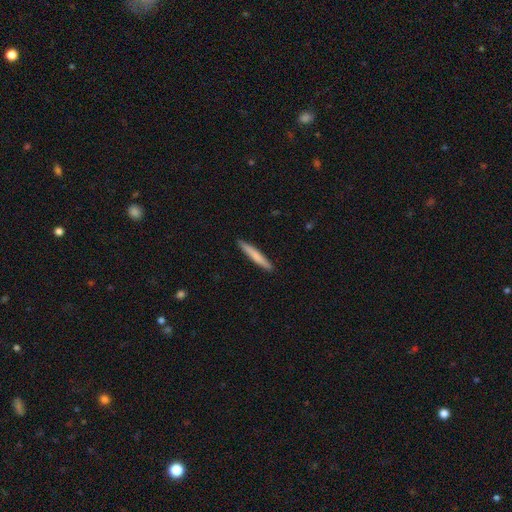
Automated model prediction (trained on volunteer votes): Morphology: type=smooth (72%); roundness=cigar-shaped (96%); merging=none (92%).